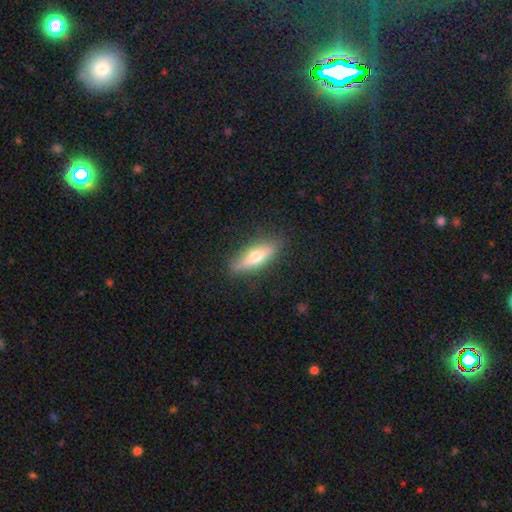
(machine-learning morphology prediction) A smooth galaxy with no disk features (56%) that is in between round and cigar-shaped (50%). Merging: none (81%).